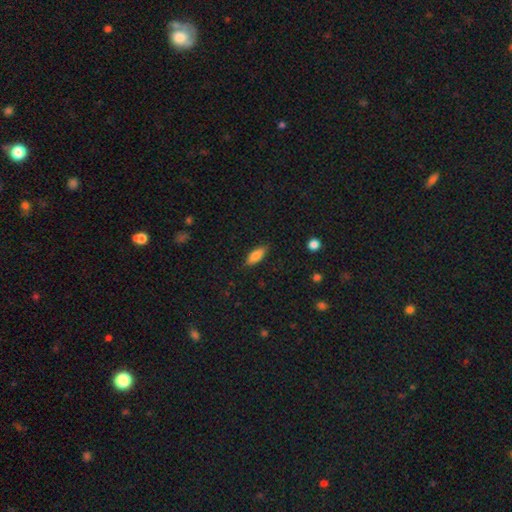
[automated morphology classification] The model was most divided on "how rounded": in between: 74%, cigar-shaped: 24%, round: 2%. More confident: merging — none (84%); smooth or featured — smooth (82%).